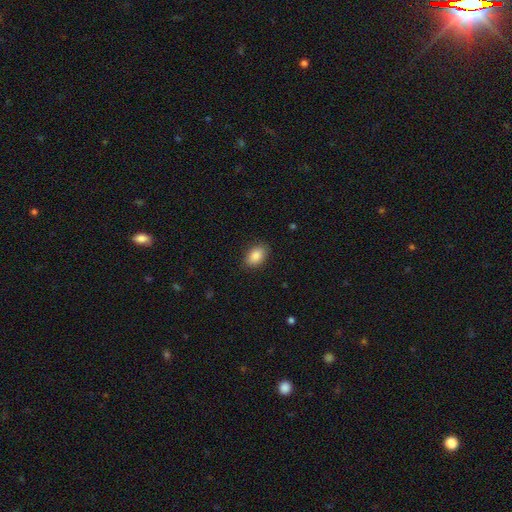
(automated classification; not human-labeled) smooth-or-featured: smooth: 87% | star or artifact: 8% | featured or disk: 5%
  how-rounded: in between: 85% | round: 14% | cigar-shaped: 1%
  merging: none: 86% | minor disturbance: 11% | major disturbance: 3% | merger: 1%